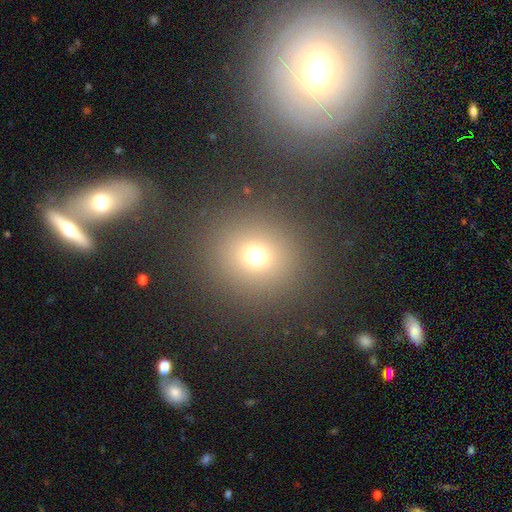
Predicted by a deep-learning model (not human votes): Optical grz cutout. It shows a smooth galaxy with no disk features (68%) that is round (90%). Merging: none (86%).